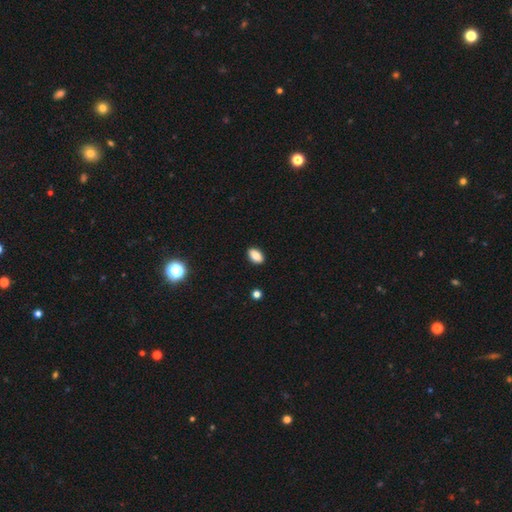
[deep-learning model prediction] Smooth or featured?
  - smooth: 84% *
  - star or artifact: 9%
  - featured or disk: 7%
How rounded?
  - in between: 90% *
  - round: 7%
  - cigar-shaped: 2%
Merging?
  - none: 90% *
  - minor disturbance: 7%
  - major disturbance: 2%
  - merger: 1%